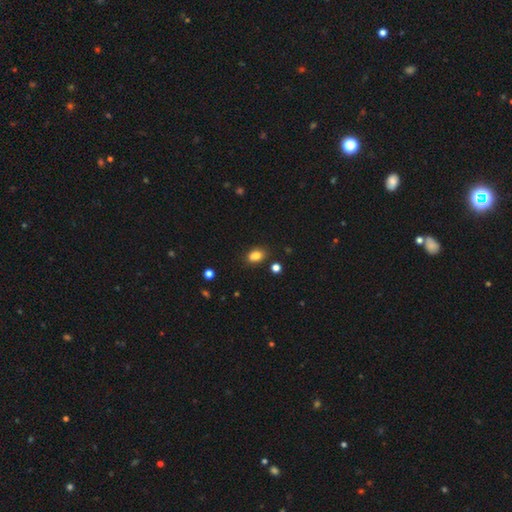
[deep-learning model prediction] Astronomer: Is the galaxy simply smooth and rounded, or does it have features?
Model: smooth — 82%.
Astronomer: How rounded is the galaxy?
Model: in between — 74%.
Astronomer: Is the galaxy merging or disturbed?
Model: none — 74%.